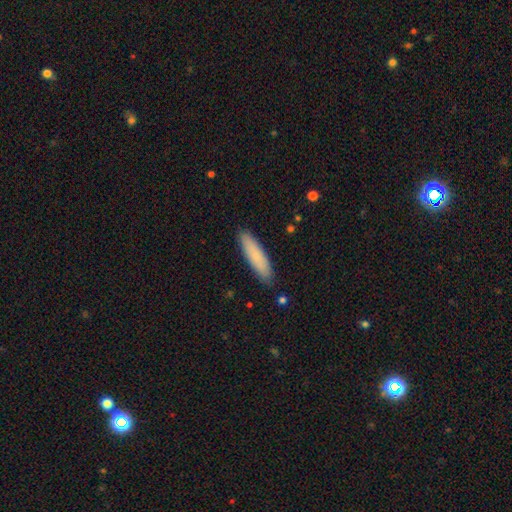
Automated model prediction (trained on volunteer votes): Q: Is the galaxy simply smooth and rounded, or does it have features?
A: smooth — 78%.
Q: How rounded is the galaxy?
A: cigar-shaped — 75%.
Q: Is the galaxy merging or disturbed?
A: none — 88%.